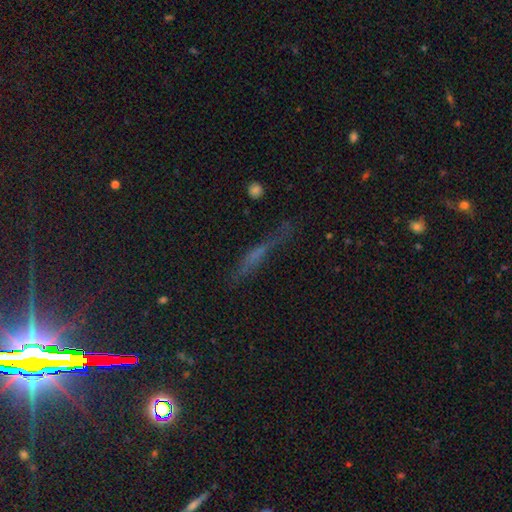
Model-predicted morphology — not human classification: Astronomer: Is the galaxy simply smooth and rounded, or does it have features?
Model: smooth — 36%, tied with featured or disk at 36%.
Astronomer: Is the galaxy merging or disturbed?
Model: none — 66%.